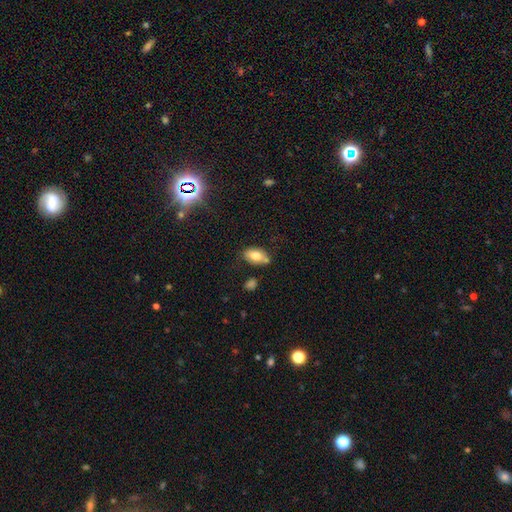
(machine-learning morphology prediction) Smooth or featured?
  - smooth: 75% *
  - featured or disk: 16%
  - star or artifact: 8%
How rounded?
  - in between: 90% *
  - round: 8%
  - cigar-shaped: 2%
Merging?
  - none: 65% *
  - minor disturbance: 20%
  - merger: 11%
  - major disturbance: 5%